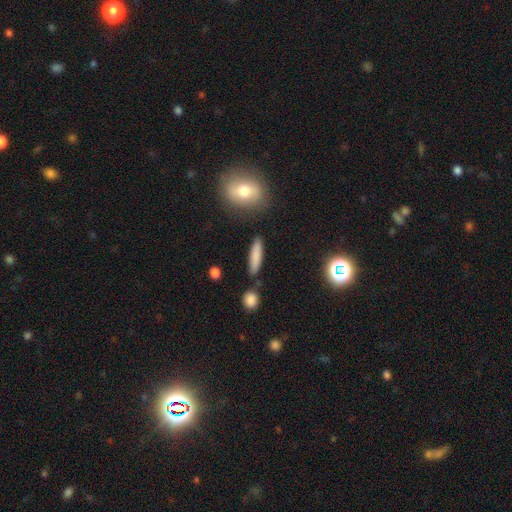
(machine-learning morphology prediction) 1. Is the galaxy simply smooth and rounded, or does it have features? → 82% smooth, 11% featured or disk, 7% star or artifact.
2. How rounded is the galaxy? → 77% cigar-shaped, 21% in between, 2% round.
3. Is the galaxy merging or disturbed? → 82% none, 10% minor disturbance, 5% merger, 3% major disturbance.